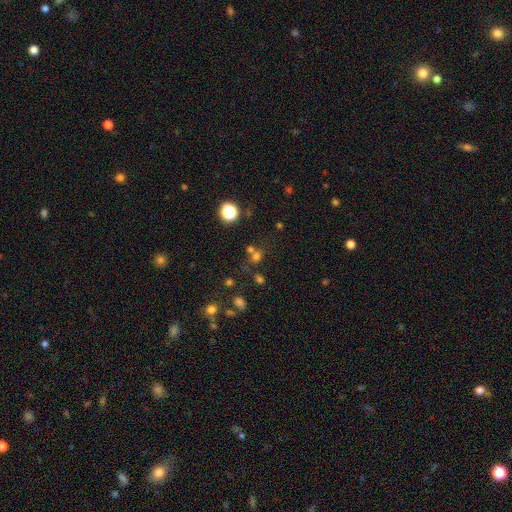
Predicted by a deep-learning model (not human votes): Smooth or featured? Predicted: smooth (p=0.59). How rounded? Predicted: round (p=0.79). Merging? Predicted: none (p=0.57).